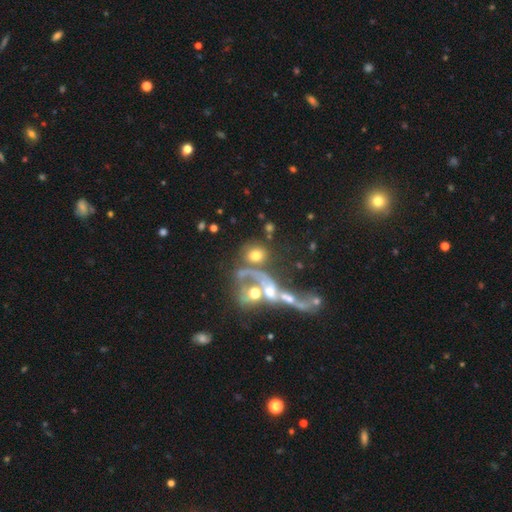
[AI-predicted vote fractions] This is possibly a smooth galaxy (58%). How rounded: possibly round (59%). Merging: possibly merger (48%).